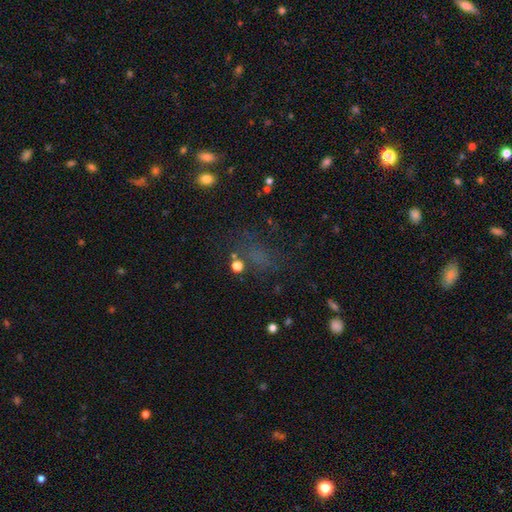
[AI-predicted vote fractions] Q: Smooth or featured?
A: star or artifact (44%); runner-up: smooth (41%)